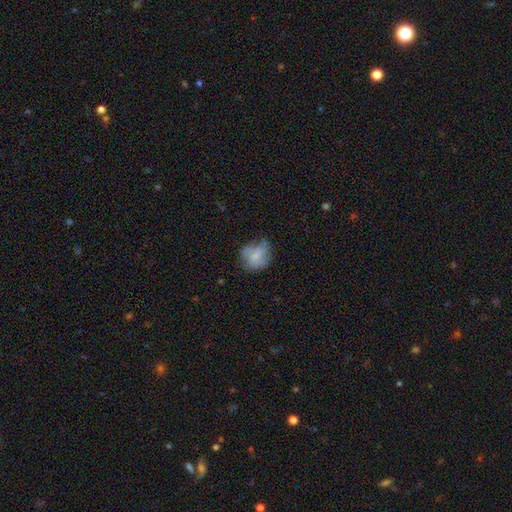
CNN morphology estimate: Smooth or featured: smooth — 54% (featured or disk — 38%)
How rounded: round — 66% (in between — 33%)
Merging: none — 50% (minor disturbance — 31%)